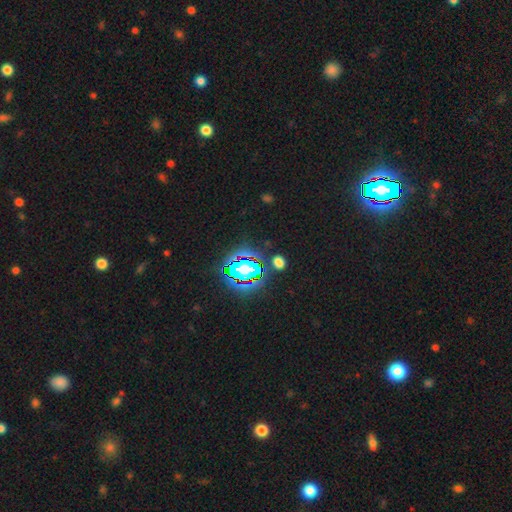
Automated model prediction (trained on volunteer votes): smooth_or_featured: star or artifact (p=0.84) [alt: smooth p=0.10]